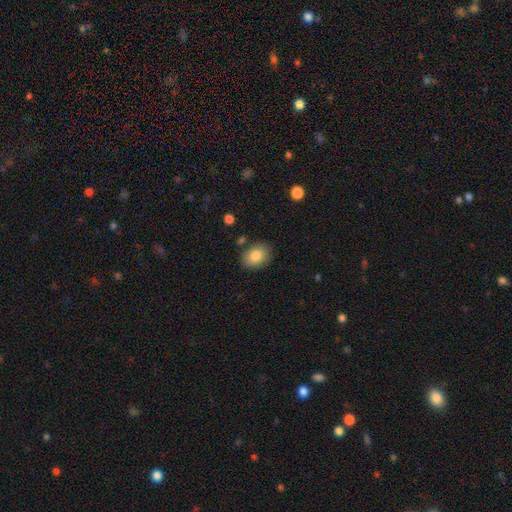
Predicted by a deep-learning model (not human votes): Smooth or featured?
  - smooth: 84% *
  - featured or disk: 8%
  - star or artifact: 8%
How rounded?
  - in between: 71% *
  - round: 28%
  - cigar-shaped: 1%
Merging?
  - none: 83% *
  - minor disturbance: 11%
  - merger: 3%
  - major disturbance: 3%